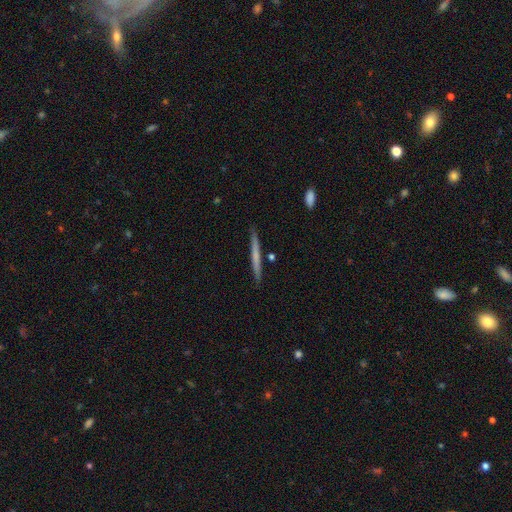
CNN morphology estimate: This appears to be a smooth galaxy with no disk features (56%) that is cigar-shaped (97%). Merging: none (89%).